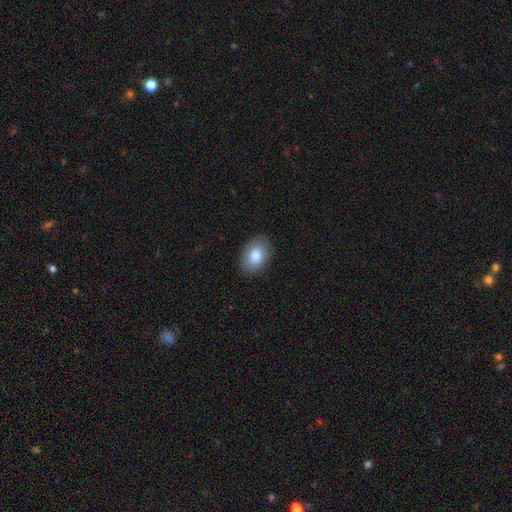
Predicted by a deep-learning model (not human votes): Smooth or featured? smooth (82%)
How rounded? in between (86%)
Merging? none (87%)